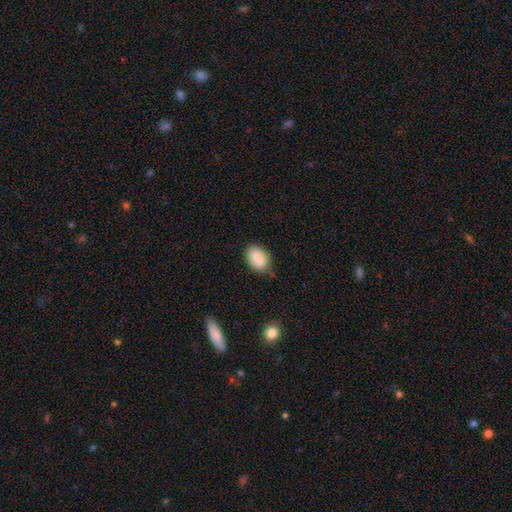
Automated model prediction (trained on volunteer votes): Smooth or featured: smooth — 86% (star or artifact — 7%)
How rounded: in between — 88% (round — 10%)
Merging: none — 76% (minor disturbance — 19%)